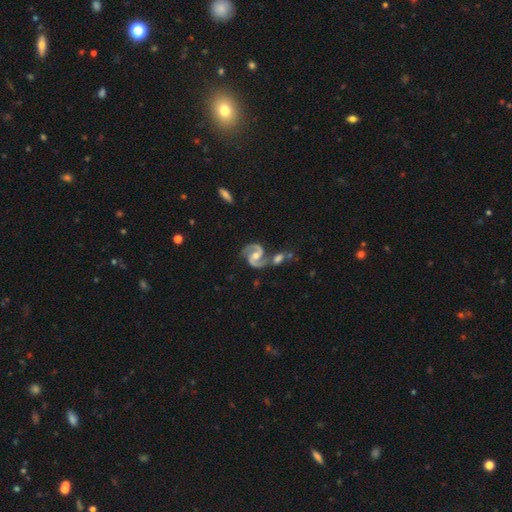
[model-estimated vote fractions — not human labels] A featured or disk galaxy (93%) with a weak bar (40%), 2 (94%) medium (65%) spiral arms (98%) and a moderate central bulge (63%). Merging: none (58%).